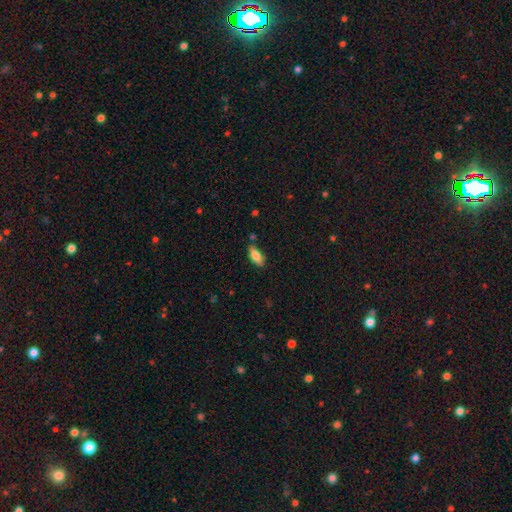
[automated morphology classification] Smooth or featured? smooth (76%)
How rounded? in between (77%)
Merging? none (78%)